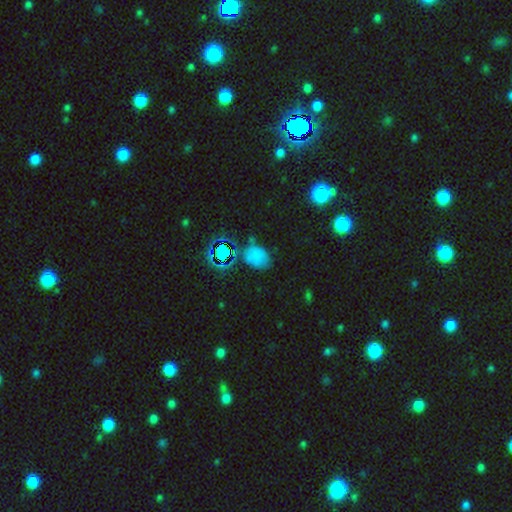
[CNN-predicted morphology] A smooth galaxy with no disk features (55%) that is in between round and cigar-shaped (67%). Merging: none (57%).